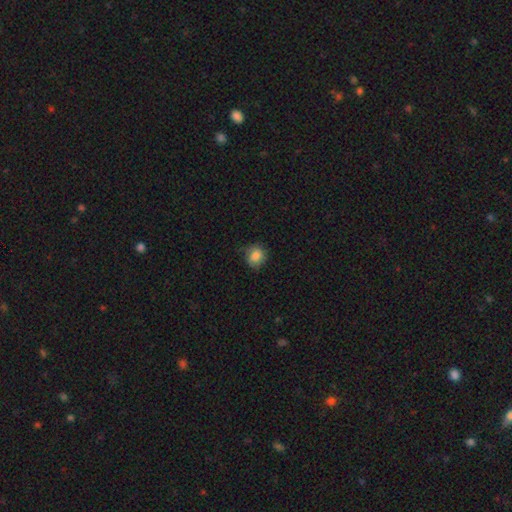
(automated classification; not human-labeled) Smooth or featured: smooth — 81% (featured or disk — 10%)
How rounded: round — 74% (in between — 25%)
Merging: none — 68% (minor disturbance — 24%)